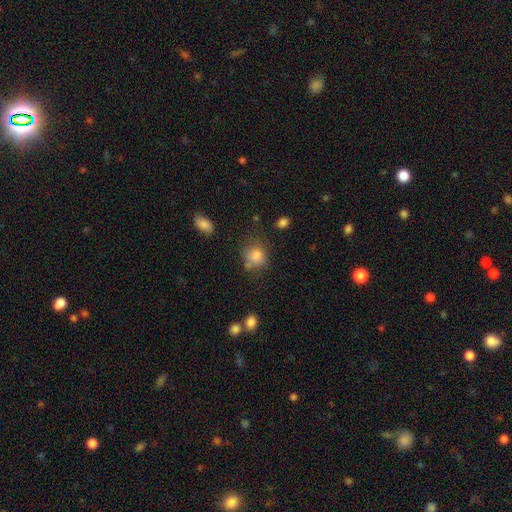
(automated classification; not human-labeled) Smooth or featured? smooth (81%)
How rounded? round (72%)
Merging? none (62%)